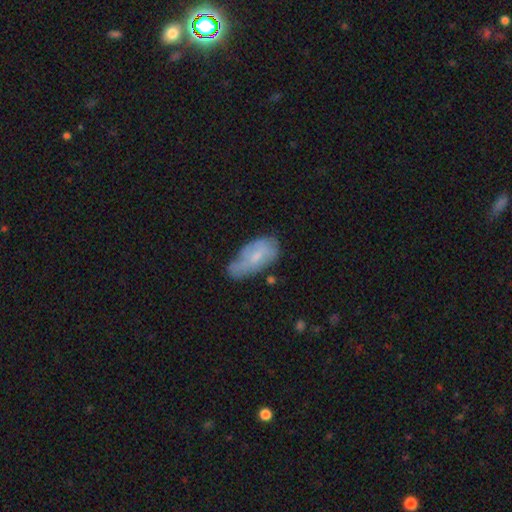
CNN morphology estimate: Smooth or featured? Predicted: smooth (p=0.52). How rounded? Predicted: in between (p=0.91). Merging? Predicted: none (p=0.42).